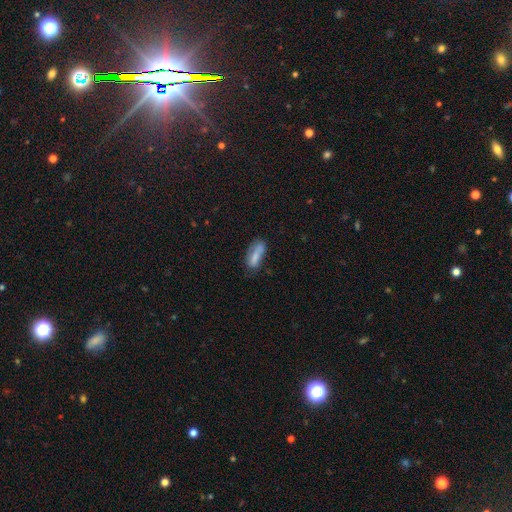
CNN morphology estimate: A smooth galaxy with no disk features (72%) that is in between round and cigar-shaped (65%). Merging: none (46%).